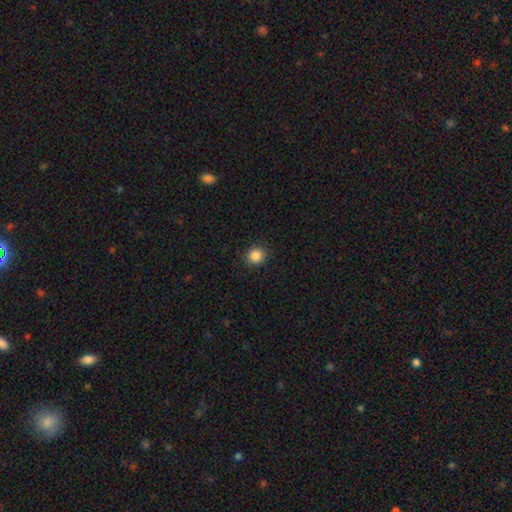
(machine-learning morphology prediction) Smooth or featured? smooth (87%)
How rounded? round (84%)
Merging? none (90%)